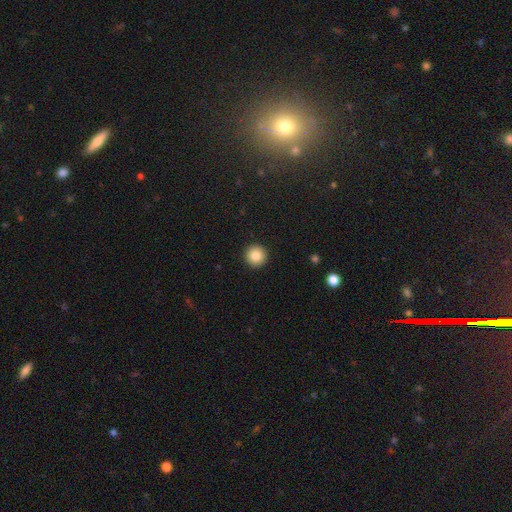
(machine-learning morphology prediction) Overall: smooth (84%). How rounded: round (96%). Merging: none (94%).